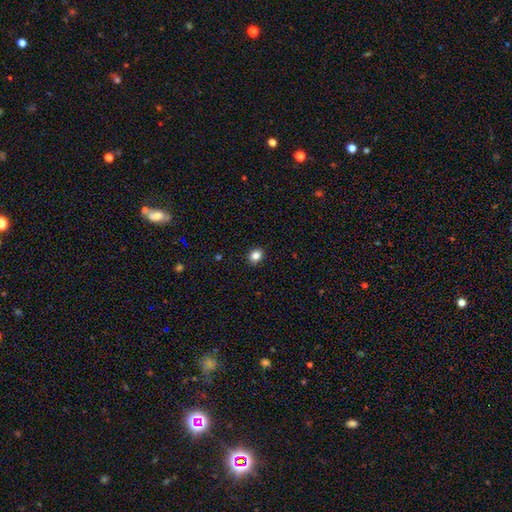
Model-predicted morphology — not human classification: smooth_or_featured: smooth (p=0.84) [alt: star or artifact p=0.11]
how_rounded: round (p=0.66) [alt: in between p=0.33]
merging: none (p=0.91) [alt: minor disturbance p=0.07]